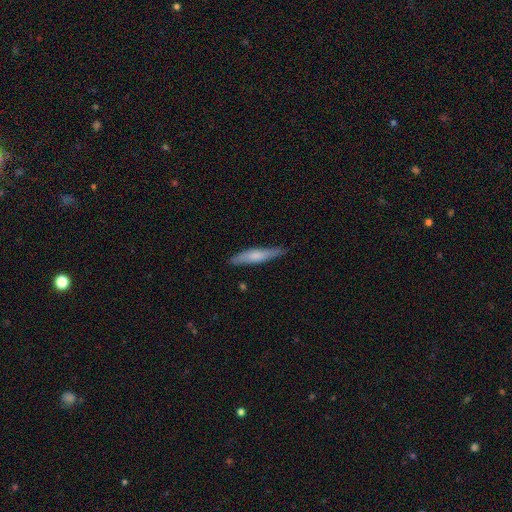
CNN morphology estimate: This is likely a smooth galaxy (63%). How rounded: clearly cigar-shaped (87%). Merging: clearly none (82%).